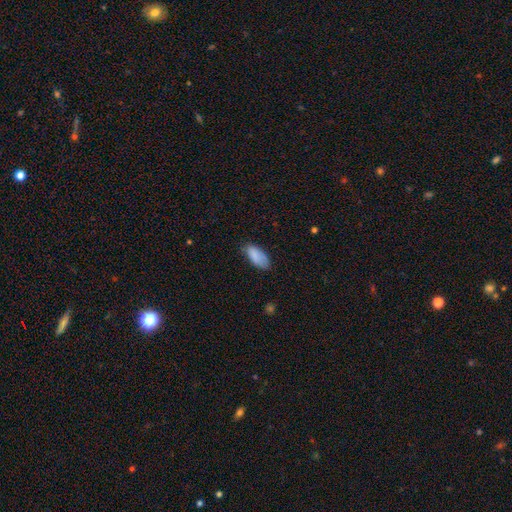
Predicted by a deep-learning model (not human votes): Smooth or featured: smooth — 86% (featured or disk — 7%)
How rounded: in between — 90% (cigar-shaped — 8%)
Merging: none — 68% (minor disturbance — 26%)